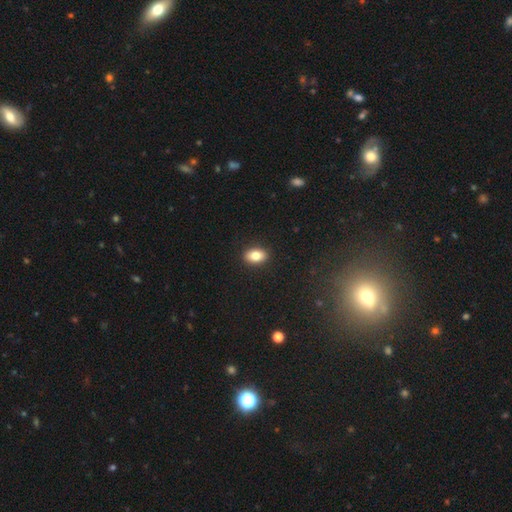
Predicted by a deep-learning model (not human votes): smooth_or_featured: smooth (p=0.82) [alt: featured or disk p=0.09]
how_rounded: in between (p=0.84) [alt: round p=0.15]
merging: none (p=0.90) [alt: minor disturbance p=0.07]